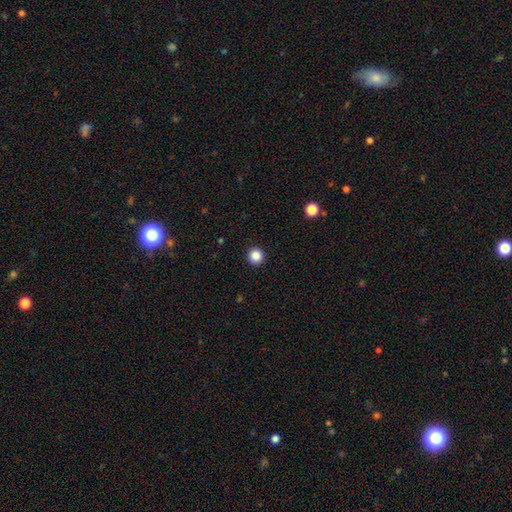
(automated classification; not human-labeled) A smooth galaxy with no disk features (86%) that is round (96%). Merging: none (94%).